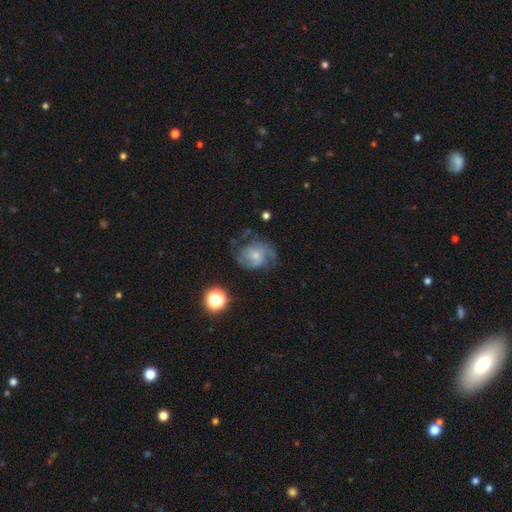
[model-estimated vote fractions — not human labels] Smooth or featured? Predicted: featured or disk (p=0.61). Edge-on disk? Predicted: no (p=0.98). Bar? Predicted: no (p=0.70). Spiral arms? Predicted: yes (p=0.85). Spiral winding? Predicted: medium (p=0.44). Spiral arm count? Predicted: 2 (p=0.46). Bulge size? Predicted: small (p=0.51). Merging? Predicted: none (p=0.51).